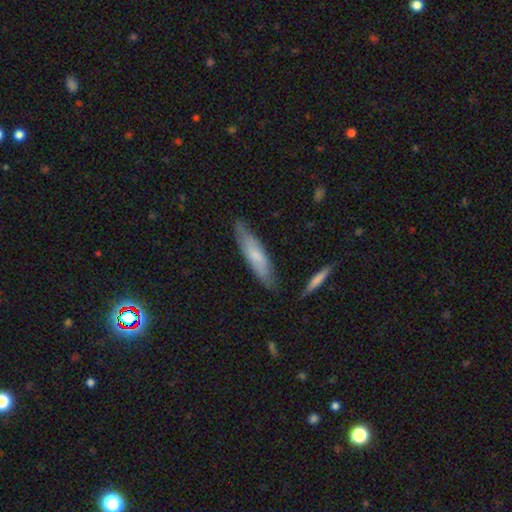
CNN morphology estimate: A smooth galaxy with no disk features (59%) that is cigar-shaped (74%). Merging: none (76%).